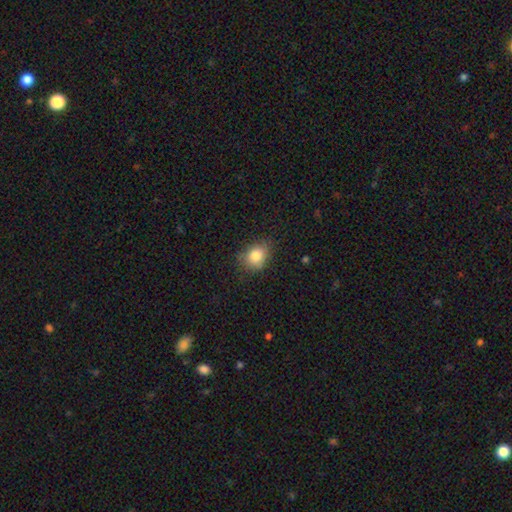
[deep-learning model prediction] Q: Smooth or featured?
A: smooth (82%); runner-up: star or artifact (10%)
Q: How rounded?
A: round (51%); runner-up: in between (48%)
Q: Merging?
A: none (70%); runner-up: minor disturbance (23%)